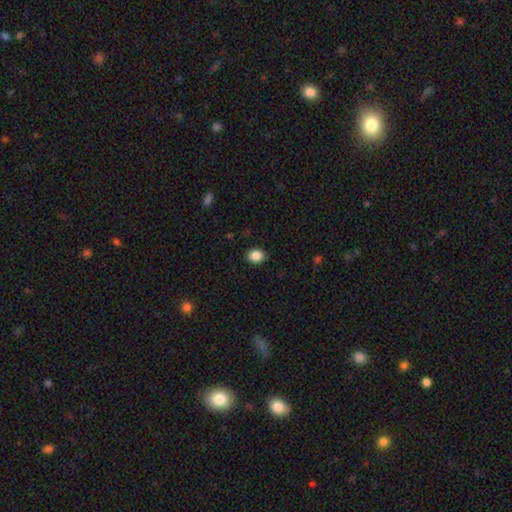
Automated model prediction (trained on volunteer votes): smooth-or-featured: smooth: 87% | star or artifact: 9% | featured or disk: 4%
  how-rounded: in between: 54% | round: 45% | cigar-shaped: 1%
  merging: none: 88% | minor disturbance: 8% | major disturbance: 2% | merger: 1%